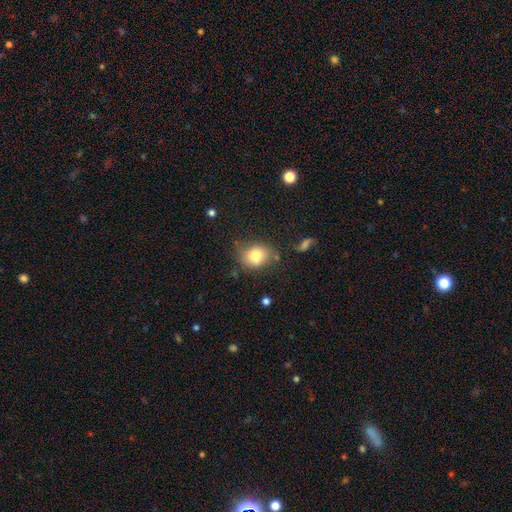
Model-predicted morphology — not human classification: A smooth galaxy with no disk features (78%) that is in between round and cigar-shaped (52%).

Vote fractions:
- Smooth or featured? smooth: 78% / featured or disk: 13% / star or artifact: 10%
- How rounded? in between: 52% / round: 47% / cigar-shaped: 1%
- Merging? none: 61% / minor disturbance: 25% / major disturbance: 8% / merger: 5%